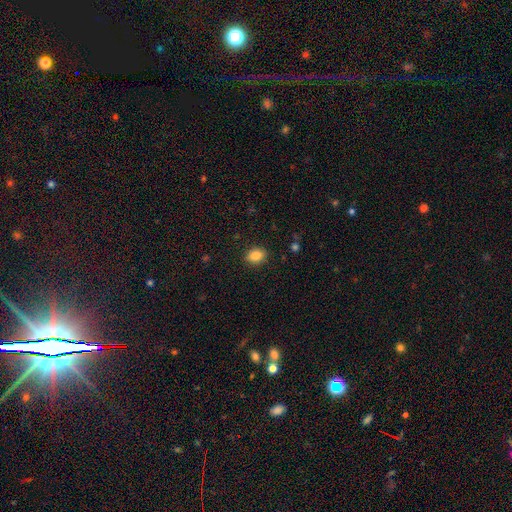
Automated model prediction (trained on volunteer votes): The model was most divided on "how rounded": in between: 72%, round: 27%, cigar-shaped: 1%. More confident: smooth or featured — smooth (88%); merging — none (87%).